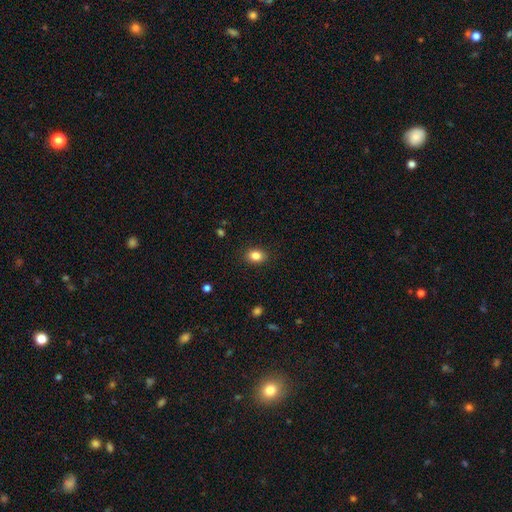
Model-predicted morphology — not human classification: Q: Smooth or featured?
A: smooth (86%); runner-up: star or artifact (9%)
Q: How rounded?
A: in between (63%); runner-up: round (36%)
Q: Merging?
A: none (89%); runner-up: minor disturbance (8%)